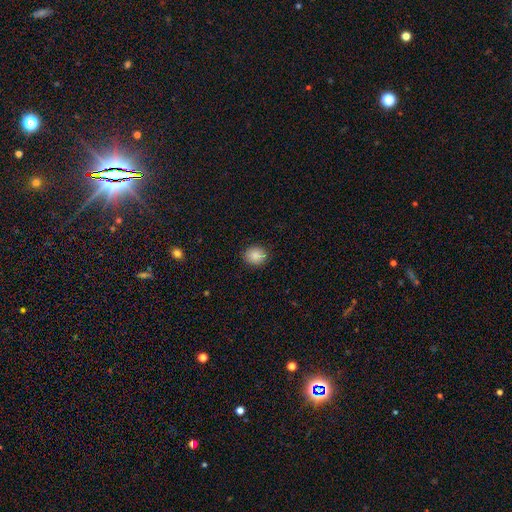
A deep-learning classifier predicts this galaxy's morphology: Smooth or featured? Predicted: smooth (p=0.87). How rounded? Predicted: round (p=0.67). Merging? Predicted: none (p=0.87).